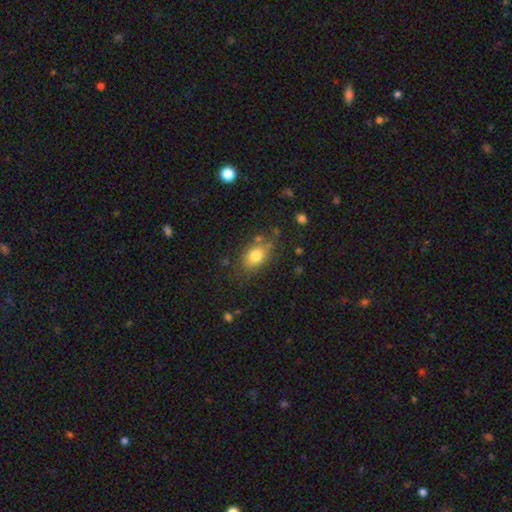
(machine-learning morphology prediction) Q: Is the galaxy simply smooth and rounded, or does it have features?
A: smooth — 79%.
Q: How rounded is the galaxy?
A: in between — 75%.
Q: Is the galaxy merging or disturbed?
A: none — 74%.